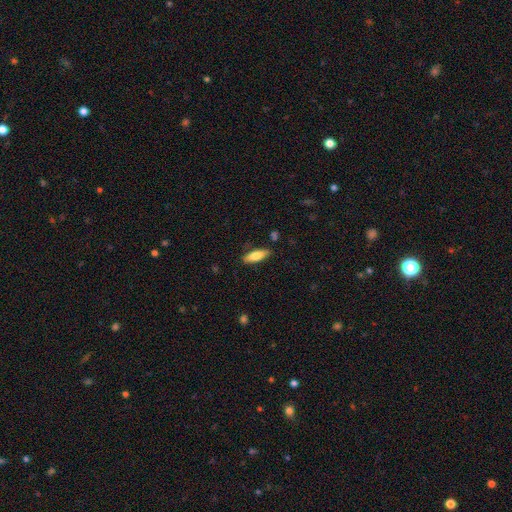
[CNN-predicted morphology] This appears to be a smooth galaxy with no disk features (77%) that is in between round and cigar-shaped (56%). Merging: none (83%).